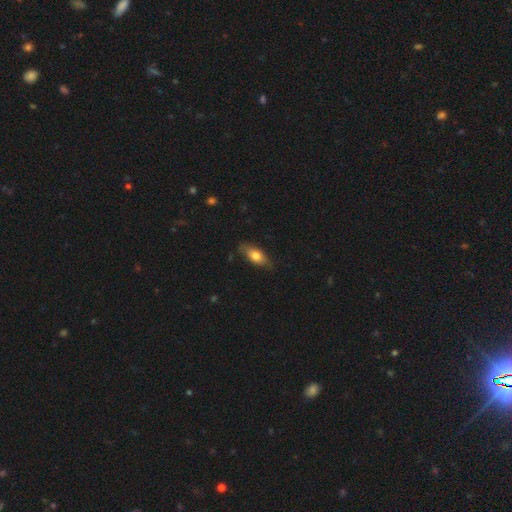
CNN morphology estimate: Overall: smooth (74%). How rounded: in between (82%). Merging: none (76%).